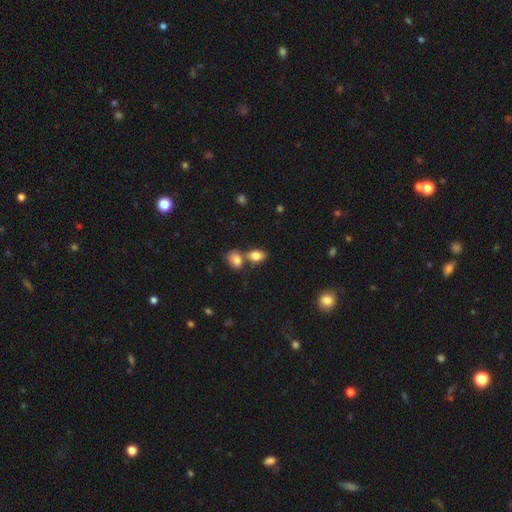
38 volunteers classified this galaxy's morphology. A smooth galaxy with no disk features (82%) that is in between round and cigar-shaped (87%). Merging: merger (42%).